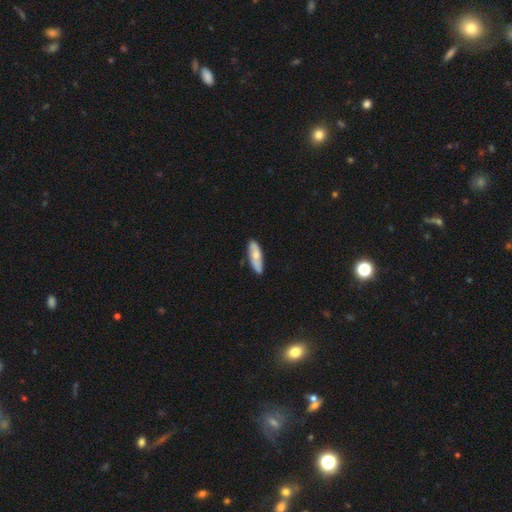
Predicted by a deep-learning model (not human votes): Smooth or featured?
  - smooth: 58% *
  - featured or disk: 36%
  - star or artifact: 5%
How rounded?
  - cigar-shaped: 52% *
  - in between: 46%
  - round: 2%
Merging?
  - none: 84% *
  - minor disturbance: 12%
  - major disturbance: 2%
  - merger: 1%